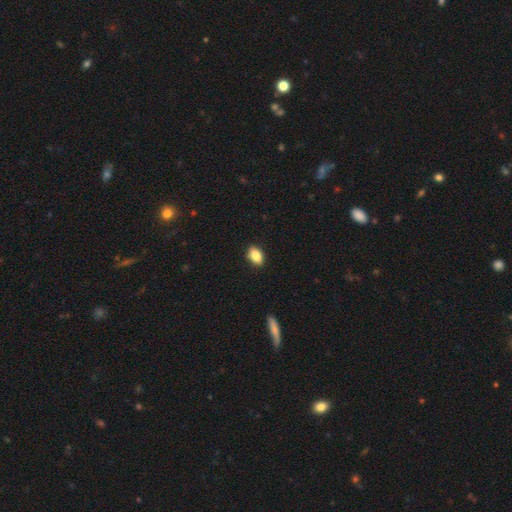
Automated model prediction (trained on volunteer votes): Q: Smooth or featured?
A: smooth (84%); runner-up: star or artifact (8%)
Q: How rounded?
A: in between (87%); runner-up: round (11%)
Q: Merging?
A: none (89%); runner-up: minor disturbance (9%)